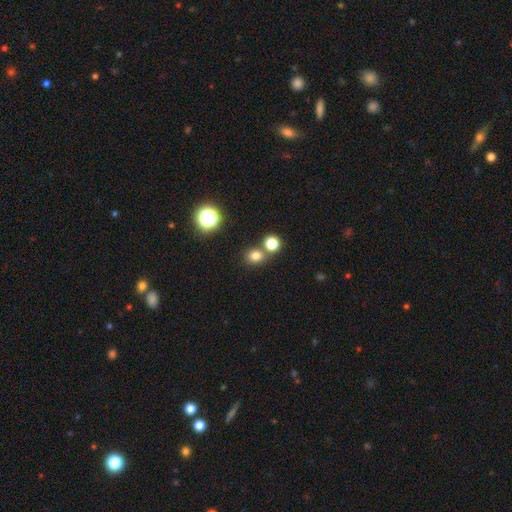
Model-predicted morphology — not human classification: Overall: smooth (76%). How rounded: round (72%). Merging: none (65%).